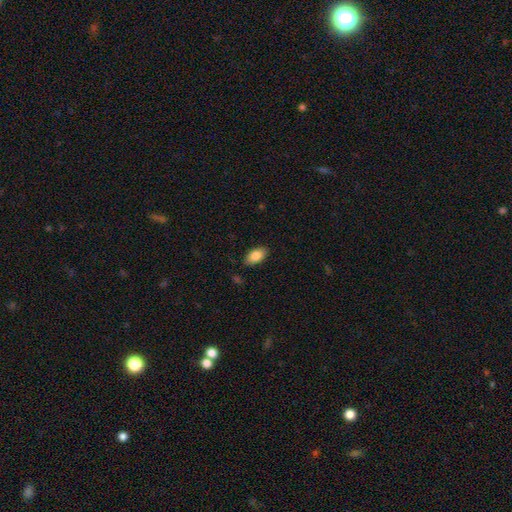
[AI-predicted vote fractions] This is clearly a smooth galaxy (83%). How rounded: clearly in between (93%). Merging: clearly none (87%).